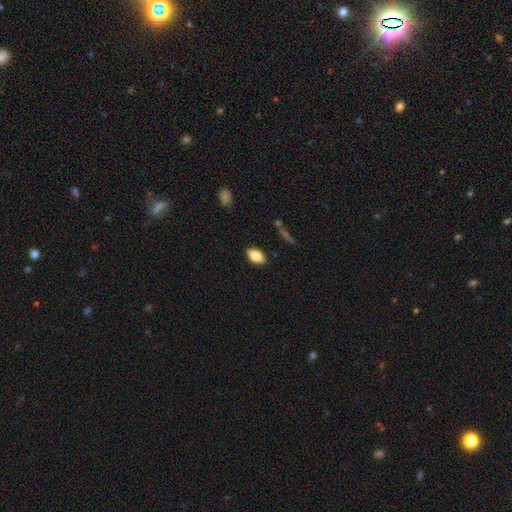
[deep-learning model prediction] This is clearly a smooth galaxy (80%). How rounded: clearly in between (91%). Merging: clearly none (87%).